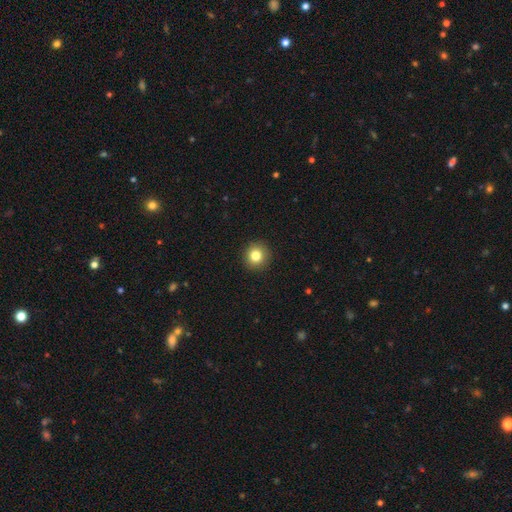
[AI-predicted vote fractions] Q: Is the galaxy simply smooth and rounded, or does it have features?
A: smooth — 82%.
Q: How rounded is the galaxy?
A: round — 92%.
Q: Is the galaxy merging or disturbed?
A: none — 92%.